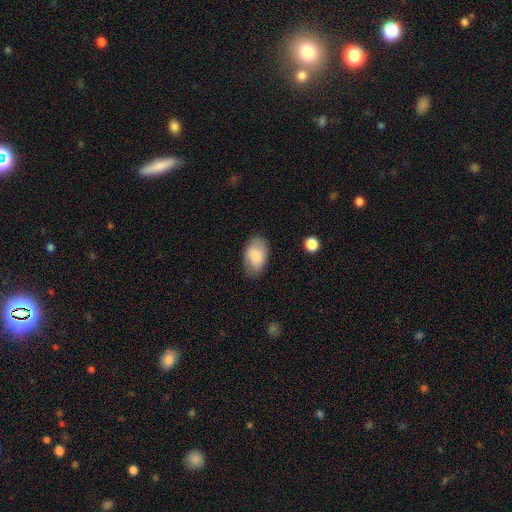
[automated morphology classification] The model was most divided on "merging": none: 79%, minor disturbance: 16%, major disturbance: 4%, merger: 1%. More confident: how rounded — in between (92%); smooth or featured — smooth (82%).